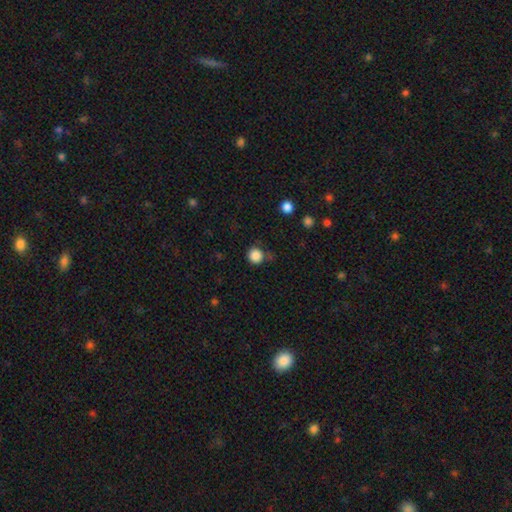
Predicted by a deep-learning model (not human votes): A smooth galaxy with no disk features (86%) that is round (94%). Merging: none (78%).